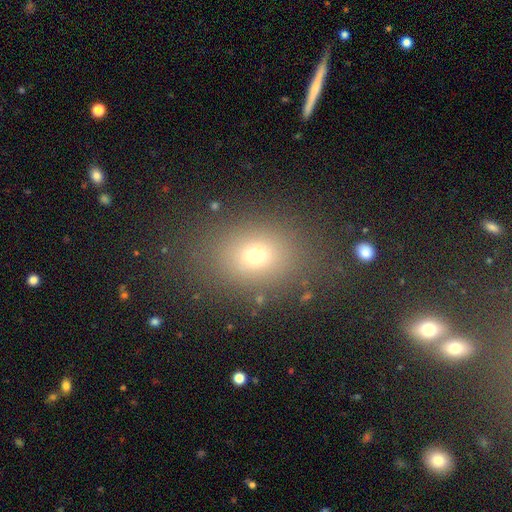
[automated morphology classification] type=smooth (69%); roundness=in between (60%); merging=none (83%).